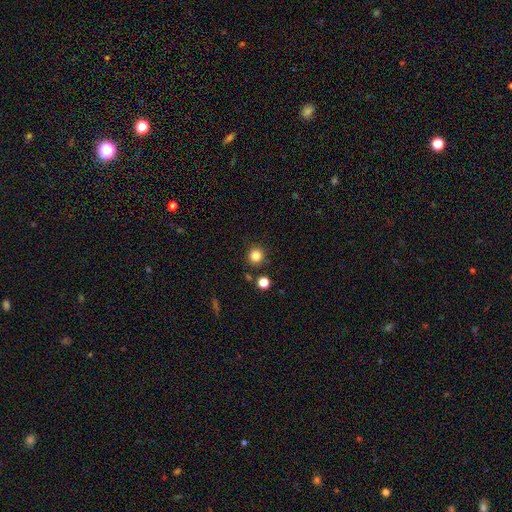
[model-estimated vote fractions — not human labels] Q: Smooth or featured?
A: smooth (83%); runner-up: star or artifact (12%)
Q: How rounded?
A: round (93%); runner-up: in between (6%)
Q: Merging?
A: none (87%); runner-up: minor disturbance (7%)